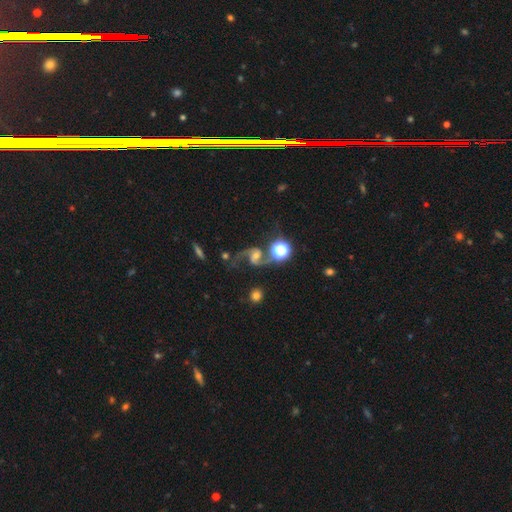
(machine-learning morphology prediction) Smooth or featured?
  - featured or disk: 85% *
  - star or artifact: 9%
  - smooth: 6%
Edge-on disk?
  - no: 98% *
  - yes: 2%
Bar?
  - no: 44% *
  - weak: 41%
  - strong: 15%
Spiral arms?
  - yes: 97% *
  - no: 3%
Spiral winding?
  - loose: 57% *
  - medium: 37%
  - tight: 6%
Spiral arm count?
  - 2: 93% *
  - 1: 3%
  - can't tell: 2%
  - 3: 1%
  - 4: 1%
  - more than 4: 1%
Bulge size?
  - moderate: 48% *
  - small: 35%
  - large: 9%
  - none: 6%
  - dominant: 2%
Merging?
  - none: 59% *
  - minor disturbance: 16%
  - major disturbance: 14%
  - merger: 11%